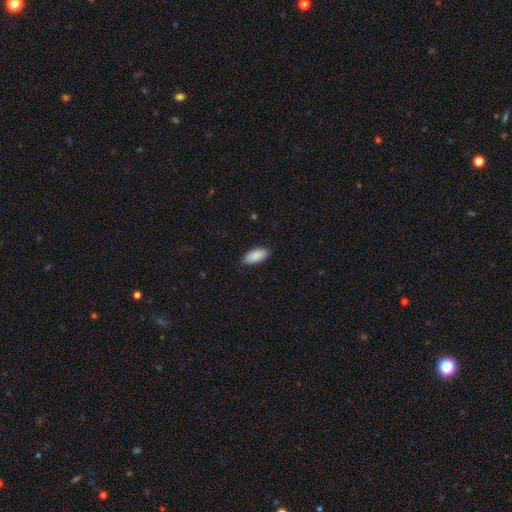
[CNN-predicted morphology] A smooth galaxy with no disk features (90%) that is in between round and cigar-shaped (92%).

Vote fractions:
- Smooth or featured? smooth: 90% / star or artifact: 6% / featured or disk: 4%
- How rounded? in between: 92% / cigar-shaped: 7% / round: 2%
- Merging? none: 88% / minor disturbance: 10% / major disturbance: 2% / merger: 1%